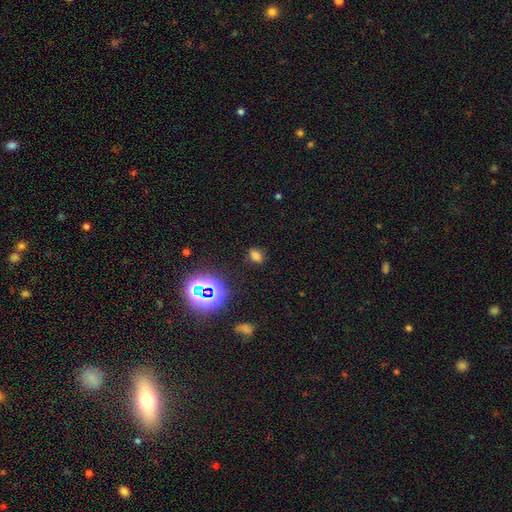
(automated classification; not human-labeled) A smooth galaxy with no disk features (65%) that is in between round and cigar-shaped (65%).

Vote fractions:
- Smooth or featured? smooth: 65% / star or artifact: 28% / featured or disk: 7%
- How rounded? in between: 65% / round: 33% / cigar-shaped: 2%
- Merging? none: 80% / minor disturbance: 13% / major disturbance: 5% / merger: 3%